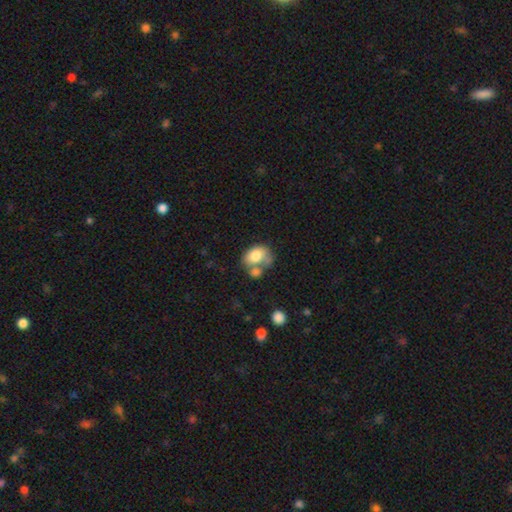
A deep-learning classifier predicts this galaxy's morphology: smooth_or_featured: smooth (p=0.74) [alt: featured or disk p=0.19]
how_rounded: in between (p=0.71) [alt: round p=0.28]
merging: merger (p=0.43) [alt: none p=0.28]